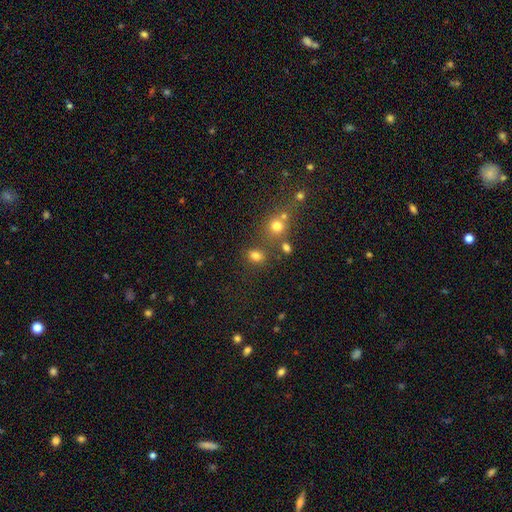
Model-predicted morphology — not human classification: The model was most divided on "how rounded": in between: 57%, round: 41%, cigar-shaped: 2%. More confident: smooth or featured — smooth (76%); merging — none (68%).